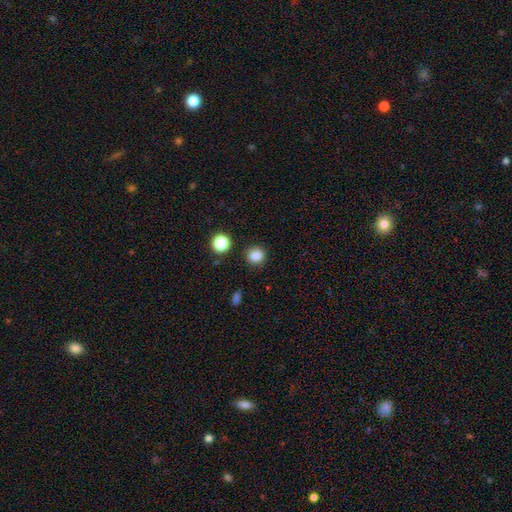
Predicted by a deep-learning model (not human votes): smooth_or_featured: smooth (p=0.84) [alt: star or artifact p=0.12]
how_rounded: round (p=0.85) [alt: in between p=0.14]
merging: none (p=0.88) [alt: minor disturbance p=0.07]